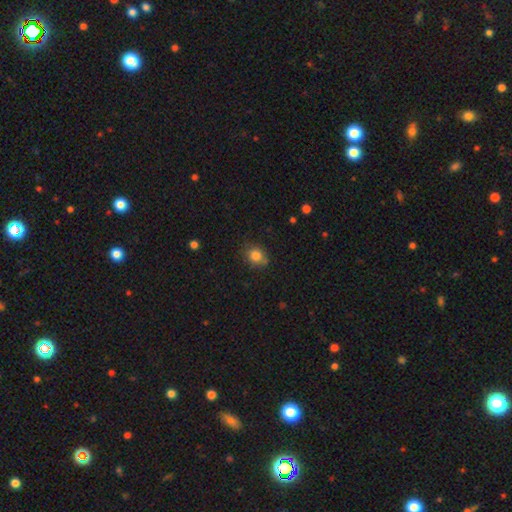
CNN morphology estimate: Q: Smooth or featured?
A: smooth (82%); runner-up: star or artifact (11%)
Q: How rounded?
A: round (70%); runner-up: in between (29%)
Q: Merging?
A: none (73%); runner-up: minor disturbance (19%)